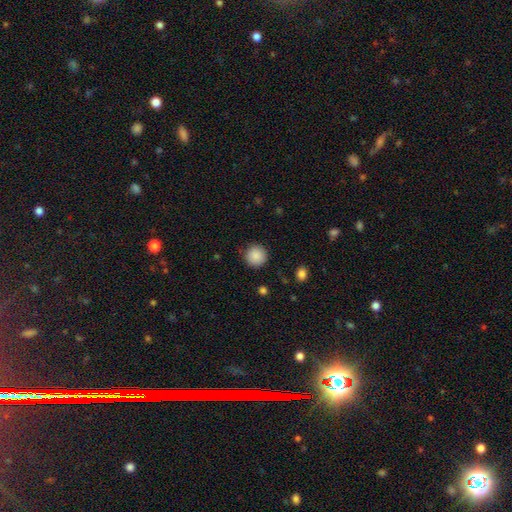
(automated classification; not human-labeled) Smooth or featured? smooth (89%)
How rounded? round (95%)
Merging? none (91%)